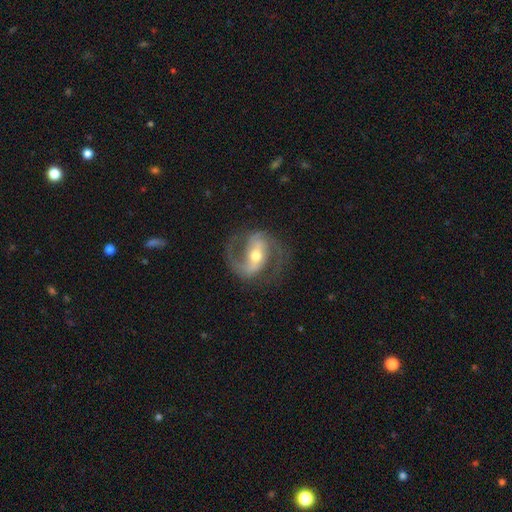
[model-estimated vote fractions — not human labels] A featured or disk galaxy (89%) with a strong bar (47%), 2 (90%) medium (58%) spiral arms (96%) and a moderate central bulge (64%). Merging: none (75%).